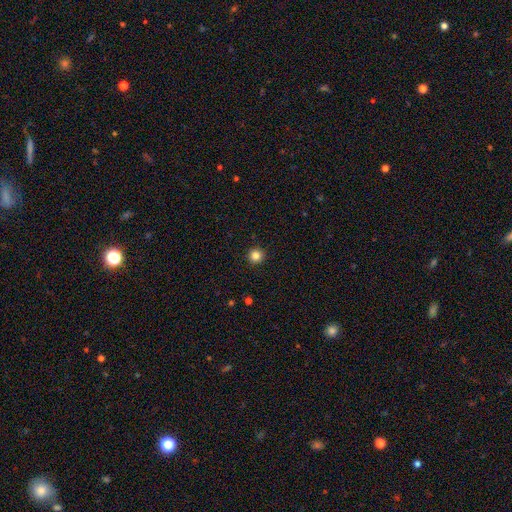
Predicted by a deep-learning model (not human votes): smooth 84%, star or artifact 12%, featured or disk 4%. Down the decision tree: how rounded — round (96%); merging — none (94%).